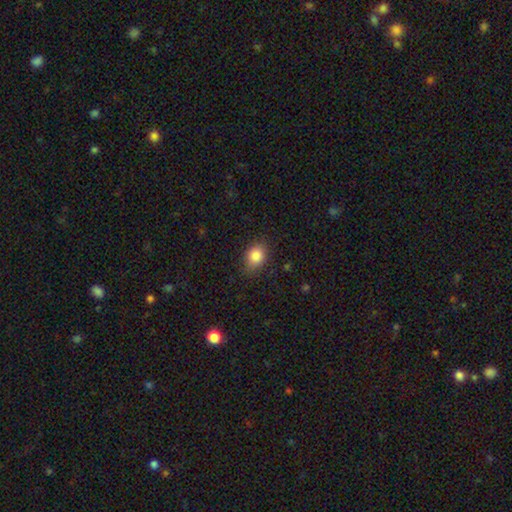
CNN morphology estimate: smooth 85%, star or artifact 9%, featured or disk 6%. Down the decision tree: how rounded — in between (55%); merging — none (82%).